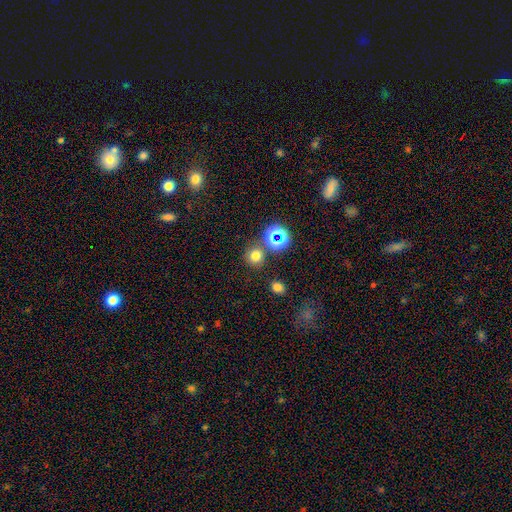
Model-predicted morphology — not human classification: A smooth galaxy with no disk features (71%) that is round (91%).

Vote fractions:
- Smooth or featured? smooth: 71% / star or artifact: 22% / featured or disk: 7%
- How rounded? round: 91% / in between: 8% / cigar-shaped: 1%
- Merging? none: 79% / merger: 10% / minor disturbance: 8% / major disturbance: 3%